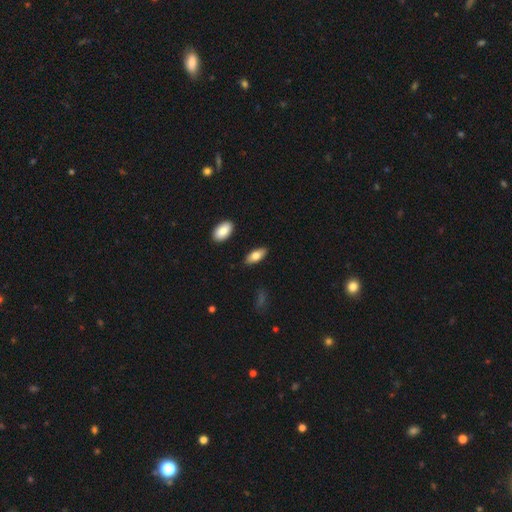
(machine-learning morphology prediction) This is likely a smooth galaxy (76%). How rounded: clearly in between (85%). Merging: clearly none (87%).